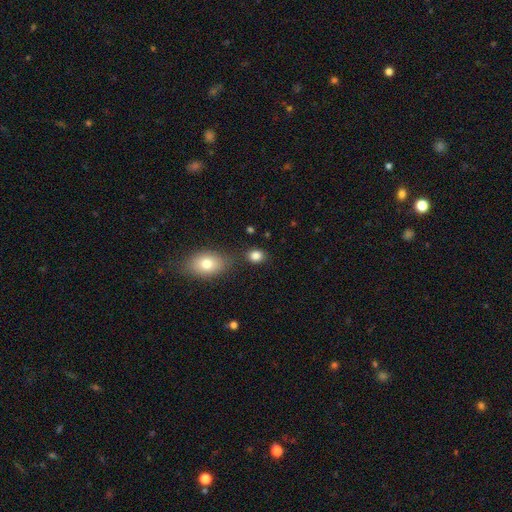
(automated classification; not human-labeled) This appears to be a smooth galaxy with no disk features (84%) that is round (52%). Merging: none (78%).